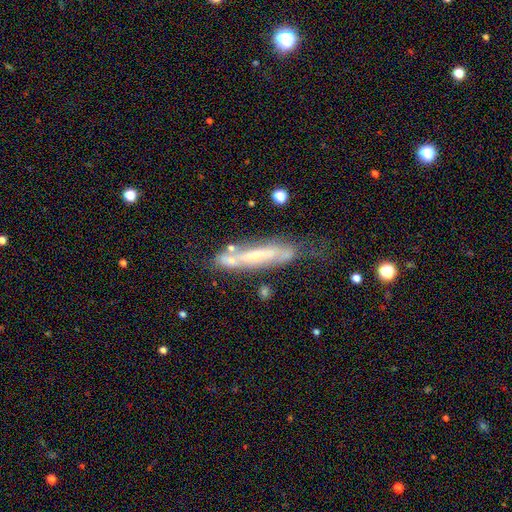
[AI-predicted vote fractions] Overall: featured or disk (64%; smooth 27%). Edge-on disk: yes (58%; no 42%). Merging: none (50%; minor disturbance 26%).